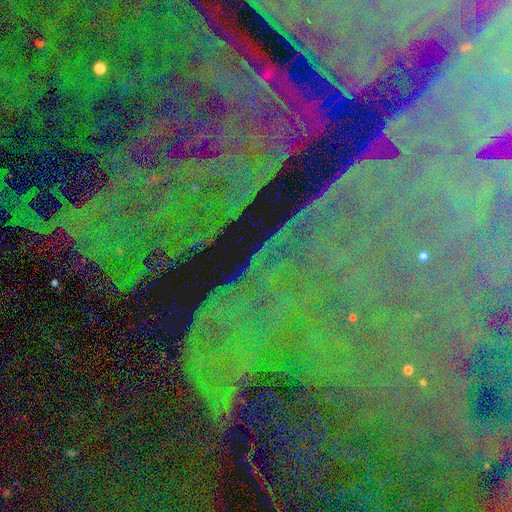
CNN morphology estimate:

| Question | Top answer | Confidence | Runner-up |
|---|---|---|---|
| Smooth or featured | star or artifact | 86% | featured or disk (8%) |